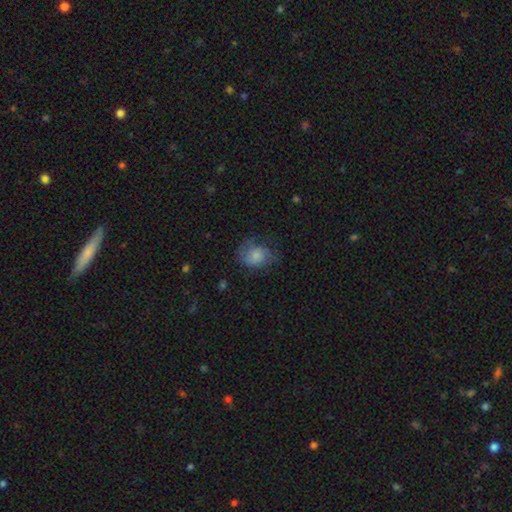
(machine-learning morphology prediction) Q: Smooth or featured?
A: smooth (65%); runner-up: featured or disk (26%)
Q: How rounded?
A: in between (51%); runner-up: round (48%)
Q: Merging?
A: none (49%); runner-up: minor disturbance (29%)